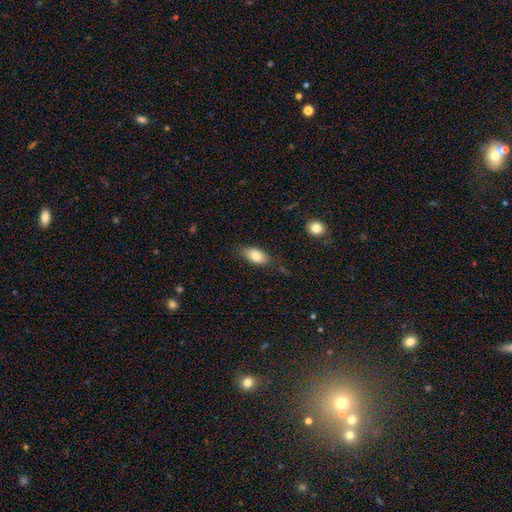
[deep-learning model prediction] Overall: smooth (82%). How rounded: in between (91%). Merging: none (77%).